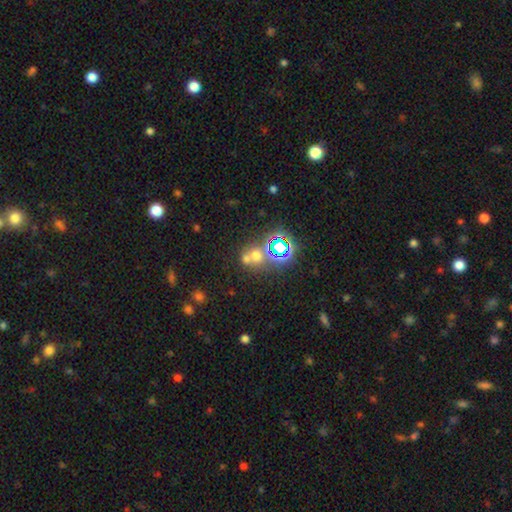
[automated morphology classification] Smooth or featured?
  - smooth: 46% *
  - star or artifact: 42%
  - featured or disk: 12%
Merging?
  - none: 50% *
  - merger: 37%
  - minor disturbance: 8%
  - major disturbance: 5%